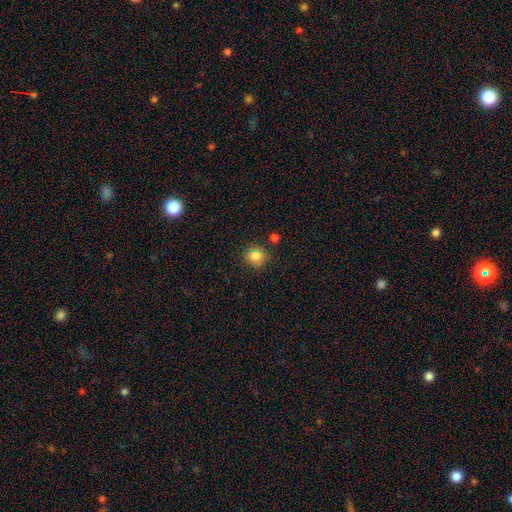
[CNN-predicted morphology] smooth_or_featured: smooth (p=0.83) [alt: star or artifact p=0.11]
how_rounded: round (p=0.75) [alt: in between p=0.24]
merging: none (p=0.80) [alt: minor disturbance p=0.12]